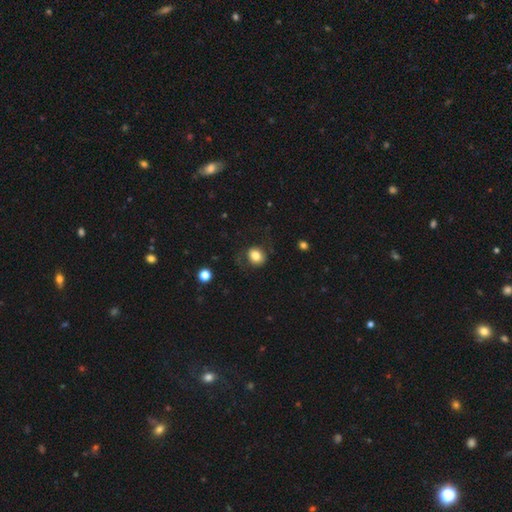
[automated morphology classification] The model was most divided on "how rounded": round: 67%, in between: 32%, cigar-shaped: 1%. More confident: smooth or featured — smooth (79%); merging — none (73%).